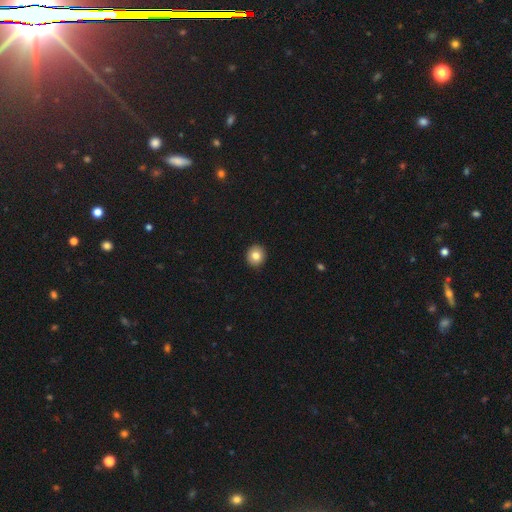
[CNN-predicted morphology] Smooth or featured?
  - smooth: 82% *
  - star or artifact: 9%
  - featured or disk: 8%
How rounded?
  - round: 87% *
  - in between: 13%
  - cigar-shaped: 1%
Merging?
  - none: 93% *
  - minor disturbance: 5%
  - major disturbance: 1%
  - merger: 1%